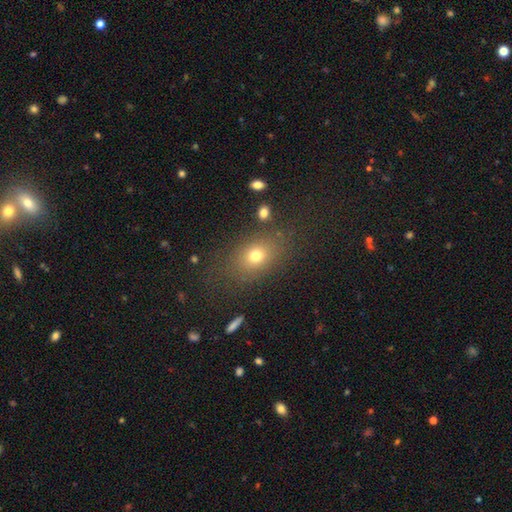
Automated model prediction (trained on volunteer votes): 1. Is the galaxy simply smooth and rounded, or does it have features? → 72% smooth, 15% star or artifact, 12% featured or disk.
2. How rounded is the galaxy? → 64% in between, 34% round, 3% cigar-shaped.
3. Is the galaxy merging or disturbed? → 77% none, 13% minor disturbance, 7% major disturbance, 3% merger.